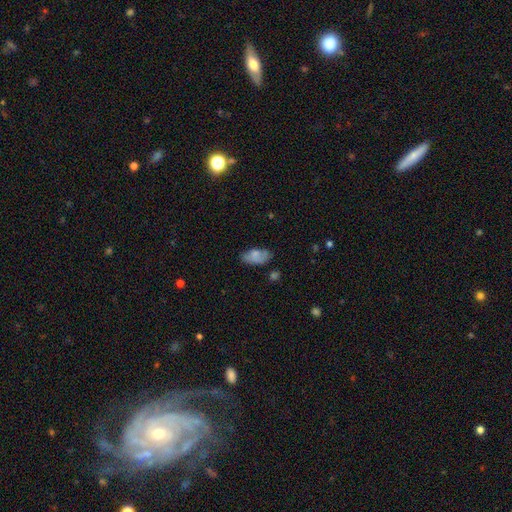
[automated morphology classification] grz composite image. It shows a smooth galaxy with no disk features (74%) that is in between round and cigar-shaped (92%). Merging: none (56%).